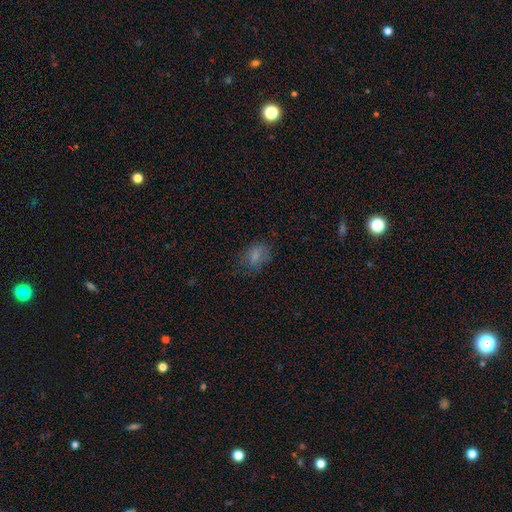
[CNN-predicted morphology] type=smooth (70%); roundness=in between (77%); merging=none (60%).